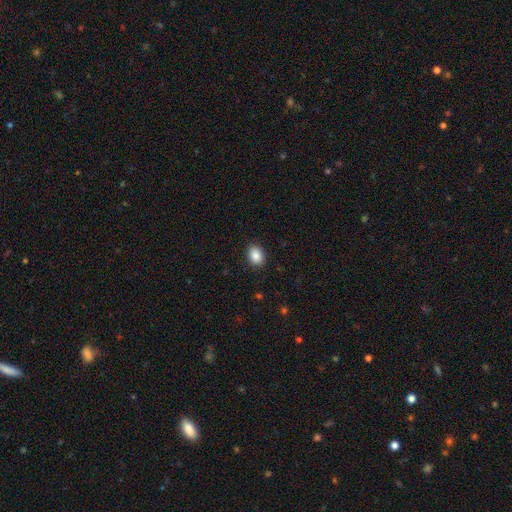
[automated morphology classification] This appears to be a smooth galaxy with no disk features (88%) that is in between round and cigar-shaped (66%). Merging: none (90%).